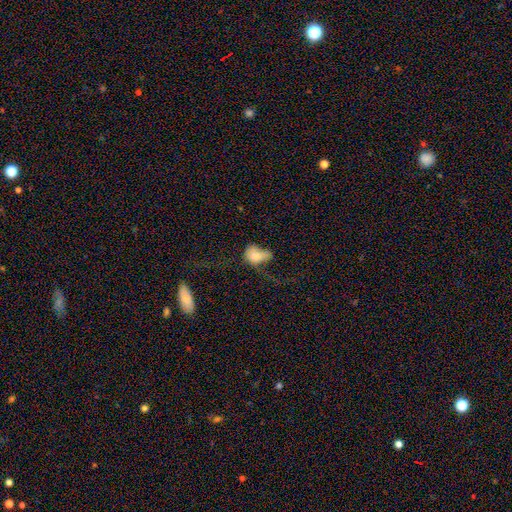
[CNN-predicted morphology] This appears to be a smooth galaxy with no disk features (69%) that is in between round and cigar-shaped (72%). Merging: major disturbance (52%).